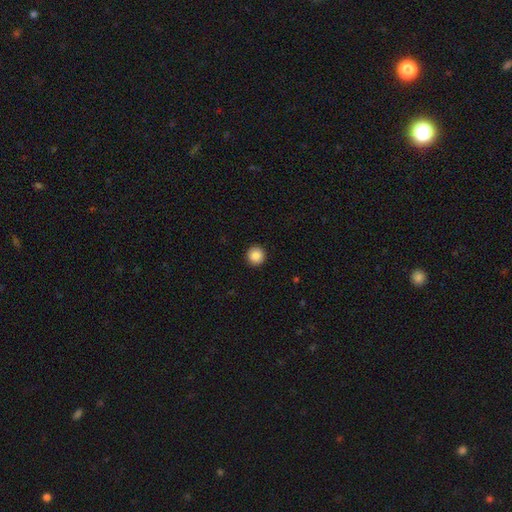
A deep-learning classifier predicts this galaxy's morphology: Overall: smooth (87%). How rounded: round (95%). Merging: none (93%).